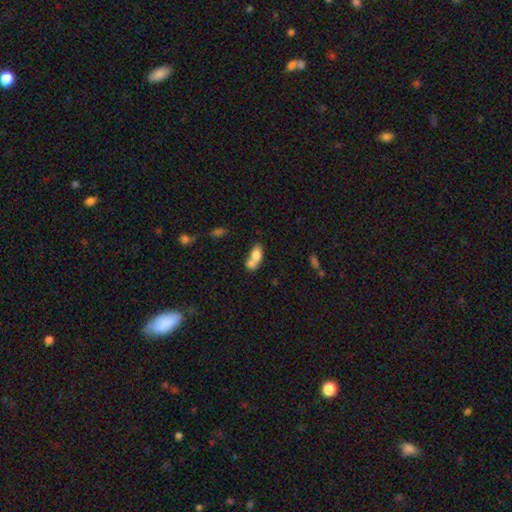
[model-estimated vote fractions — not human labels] Smooth or featured? Predicted: smooth (p=0.75). How rounded? Predicted: in between (p=0.83). Merging? Predicted: merger (p=0.62).